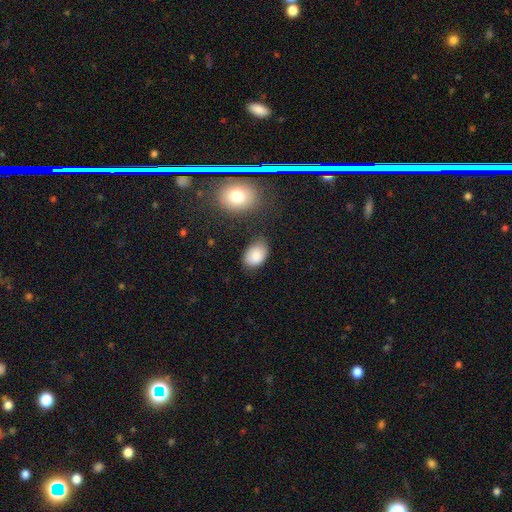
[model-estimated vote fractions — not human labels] A smooth galaxy with no disk features (87%) that is in between round and cigar-shaped (84%).

Vote fractions:
- Smooth or featured? smooth: 87% / star or artifact: 7% / featured or disk: 6%
- How rounded? in between: 84% / round: 15% / cigar-shaped: 1%
- Merging? none: 71% / minor disturbance: 20% / major disturbance: 5% / merger: 4%